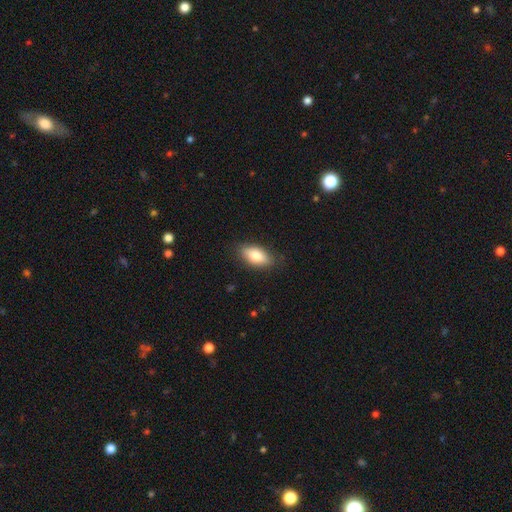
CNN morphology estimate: Overall: smooth (79%). How rounded: in between (89%). Merging: none (84%).